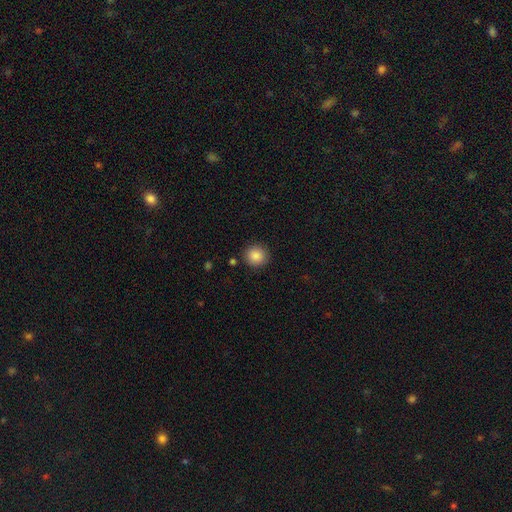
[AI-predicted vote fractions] This is clearly a smooth galaxy (87%). How rounded: clearly round (91%). Merging: clearly none (89%).